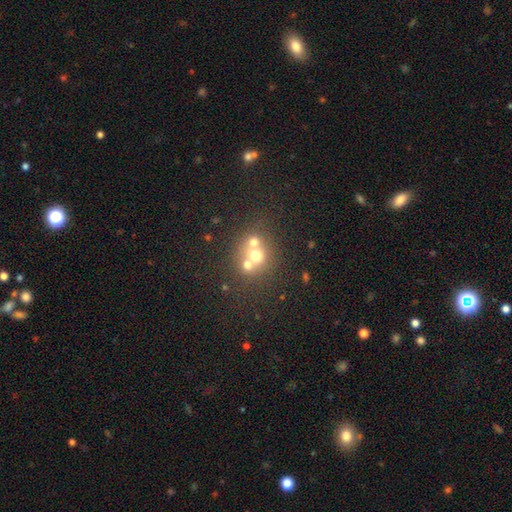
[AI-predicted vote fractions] Smooth or featured? Predicted: smooth (p=0.59). How rounded? Predicted: round (p=0.81). Merging? Predicted: merger (p=0.53).